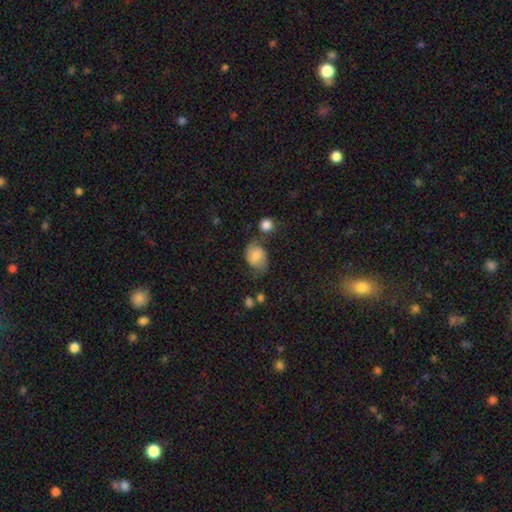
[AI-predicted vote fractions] This is likely a smooth galaxy (70%). How rounded: likely in between (66%). Merging: possibly none (54%).